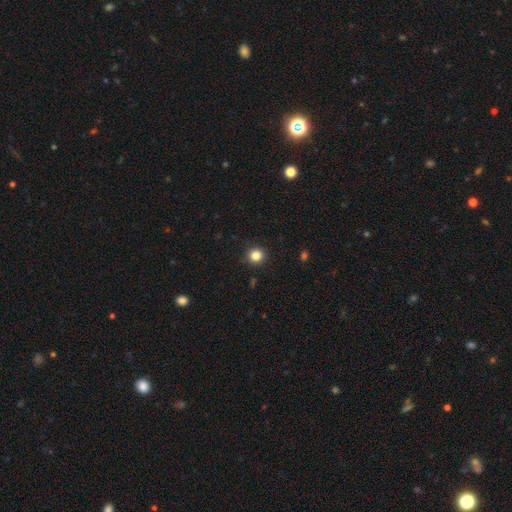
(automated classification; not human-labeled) Smooth or featured?
  - smooth: 84% *
  - star or artifact: 12%
  - featured or disk: 5%
How rounded?
  - round: 92% *
  - in between: 7%
  - cigar-shaped: 1%
Merging?
  - none: 92% *
  - minor disturbance: 5%
  - major disturbance: 2%
  - merger: 1%